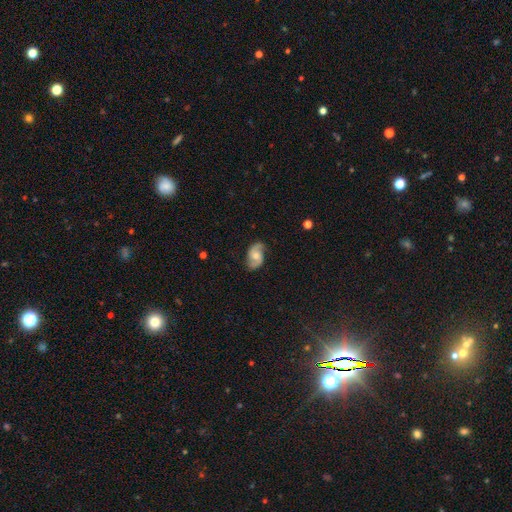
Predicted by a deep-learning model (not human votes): Overall: featured or disk (76%). Edge-on disk: no (97%). Bar: no (56%; weak 37%). Spiral arms: yes (94%). Spiral arm count: 2 (91%). Spiral winding: medium (47%; loose 33%). Bulge size: moderate (60%; small 30%). Merging: none (80%).